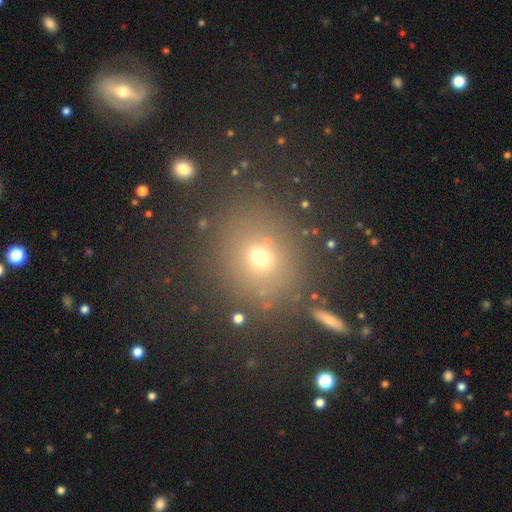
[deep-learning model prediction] Morphology: type=smooth (64%); roundness=round (62%); merging=none (73%).